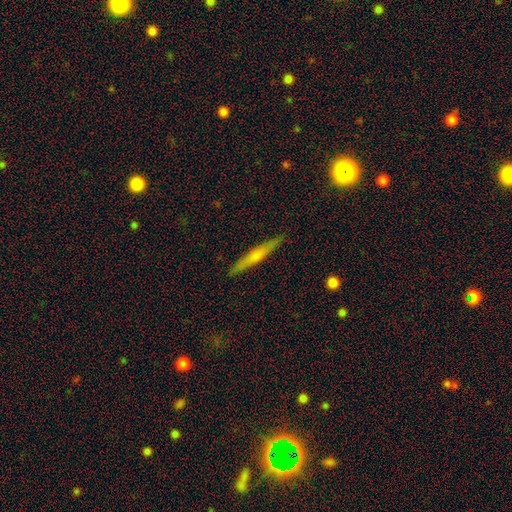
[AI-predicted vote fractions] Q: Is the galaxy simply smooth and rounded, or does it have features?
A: featured or disk — 54%.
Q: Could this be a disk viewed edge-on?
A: yes — 97%.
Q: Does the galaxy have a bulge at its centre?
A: rounded — 67%.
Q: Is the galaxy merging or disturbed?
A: none — 90%.